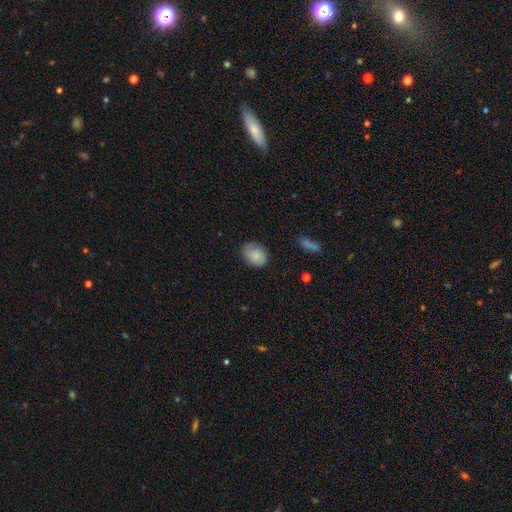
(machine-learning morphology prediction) Q: Smooth or featured?
A: smooth (81%); runner-up: featured or disk (12%)
Q: How rounded?
A: in between (66%); runner-up: round (33%)
Q: Merging?
A: none (75%); runner-up: minor disturbance (19%)